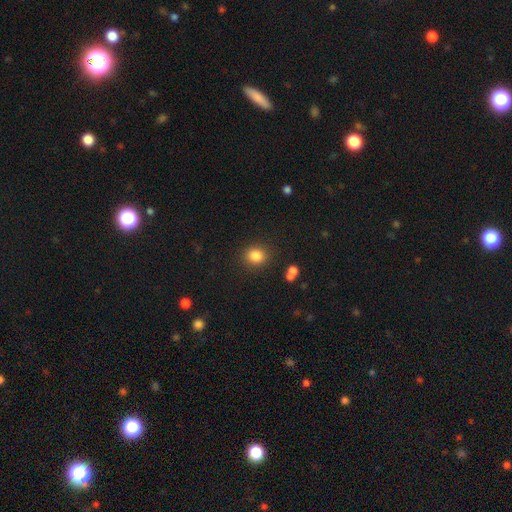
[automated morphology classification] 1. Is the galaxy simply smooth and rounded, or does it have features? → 84% smooth, 11% star or artifact, 5% featured or disk.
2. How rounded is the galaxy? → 77% round, 22% in between, 1% cigar-shaped.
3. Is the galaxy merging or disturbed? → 86% none, 8% minor disturbance, 3% merger, 3% major disturbance.